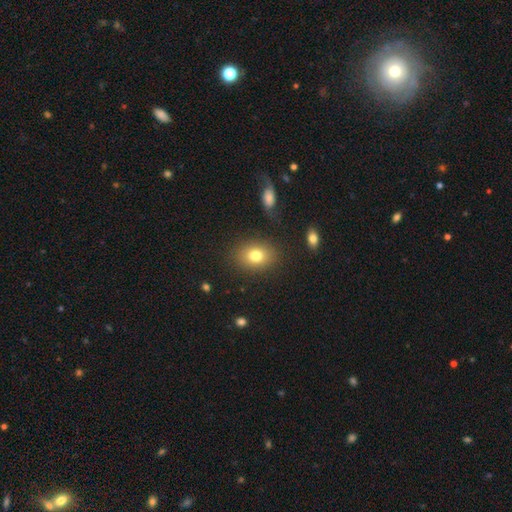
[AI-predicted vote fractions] This appears to be a smooth galaxy with no disk features (78%) that is in between round and cigar-shaped (58%). Merging: none (85%).